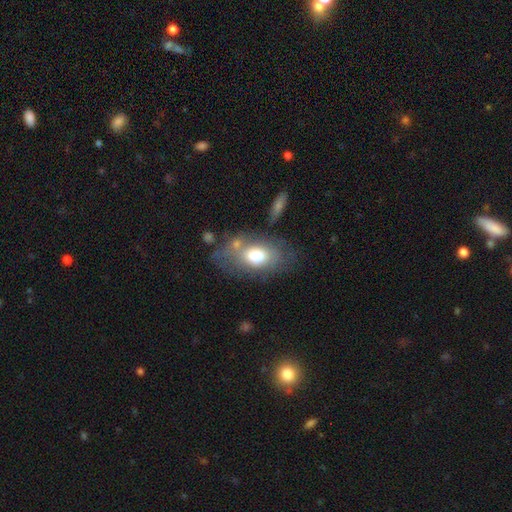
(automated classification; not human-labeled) Q: Smooth or featured?
A: smooth (69%); runner-up: featured or disk (24%)
Q: How rounded?
A: in between (87%); runner-up: round (11%)
Q: Merging?
A: none (54%); runner-up: minor disturbance (21%)